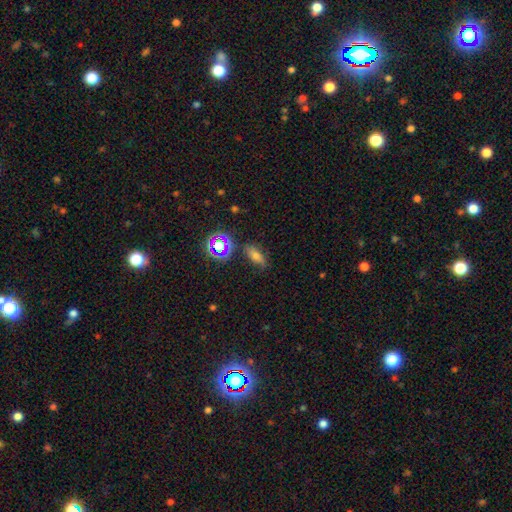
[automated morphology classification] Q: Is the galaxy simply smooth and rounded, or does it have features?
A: smooth — 56%.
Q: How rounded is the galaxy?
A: in between — 69%.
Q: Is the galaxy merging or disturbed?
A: none — 72%.